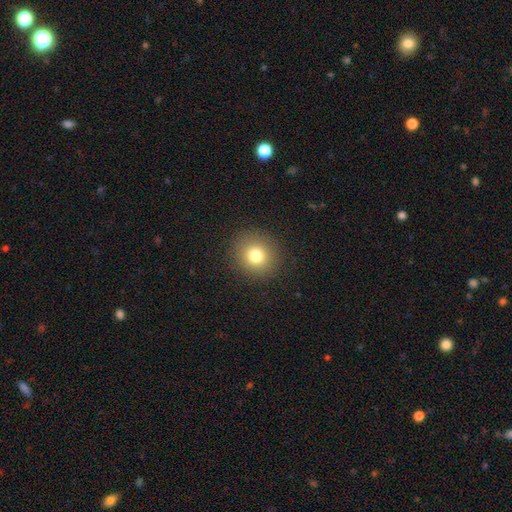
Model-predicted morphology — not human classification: Overall: smooth (78%). How rounded: round (91%). Merging: none (91%).